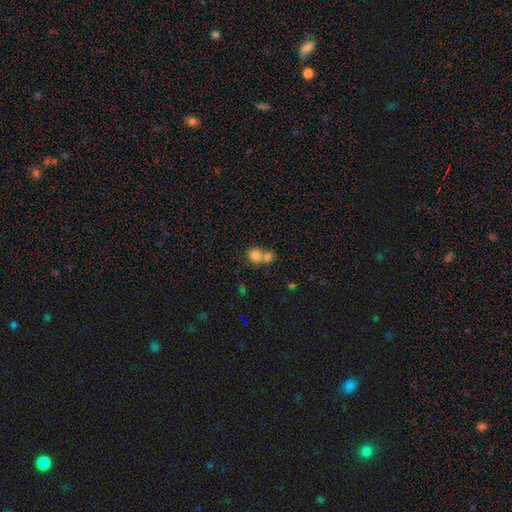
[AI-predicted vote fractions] smooth 79%, featured or disk 10%, star or artifact 10%. Down the decision tree: how rounded — round (68%); merging — merger (61%).